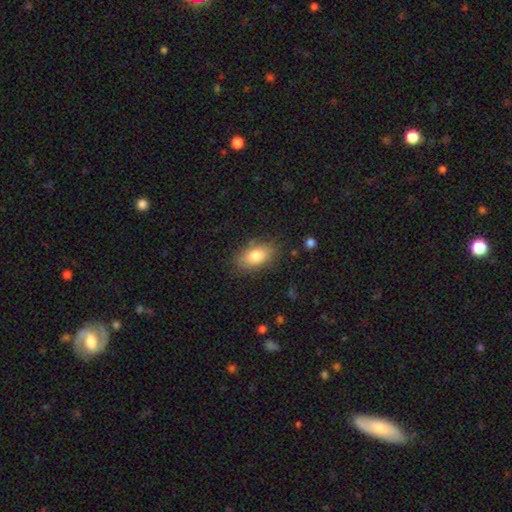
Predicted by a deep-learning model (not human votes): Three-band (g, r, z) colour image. It shows a smooth galaxy with no disk features (80%) that is in between round and cigar-shaped (90%). Merging: none (82%).